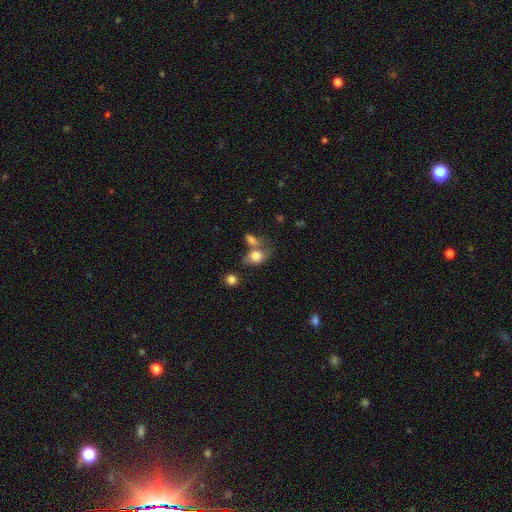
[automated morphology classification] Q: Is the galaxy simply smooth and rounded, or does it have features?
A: smooth — 78%.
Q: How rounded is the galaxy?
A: in between — 68%.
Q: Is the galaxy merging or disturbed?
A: merger — 37%.